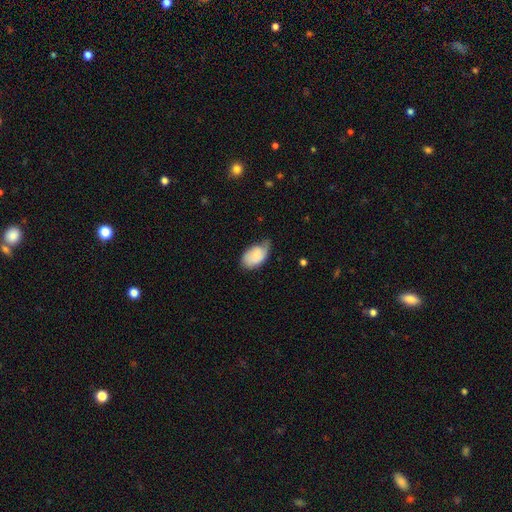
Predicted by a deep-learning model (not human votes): Smooth or featured: smooth — 64% (featured or disk — 29%)
How rounded: in between — 91% (round — 7%)
Merging: none — 43% (minor disturbance — 42%)